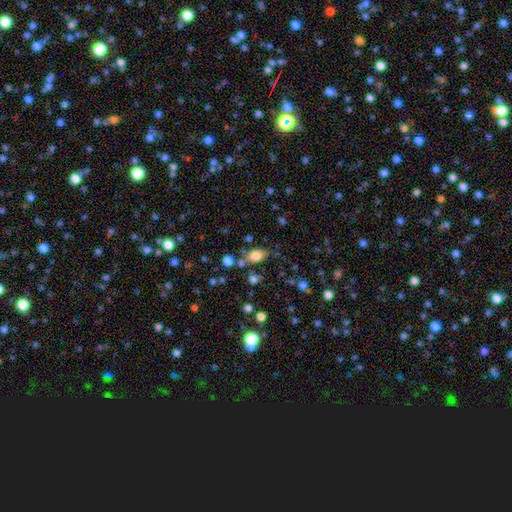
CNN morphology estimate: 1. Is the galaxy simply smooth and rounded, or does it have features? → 80% smooth, 11% star or artifact, 9% featured or disk.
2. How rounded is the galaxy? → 81% in between, 17% round, 2% cigar-shaped.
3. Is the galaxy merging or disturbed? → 68% none, 16% minor disturbance, 11% merger, 5% major disturbance.